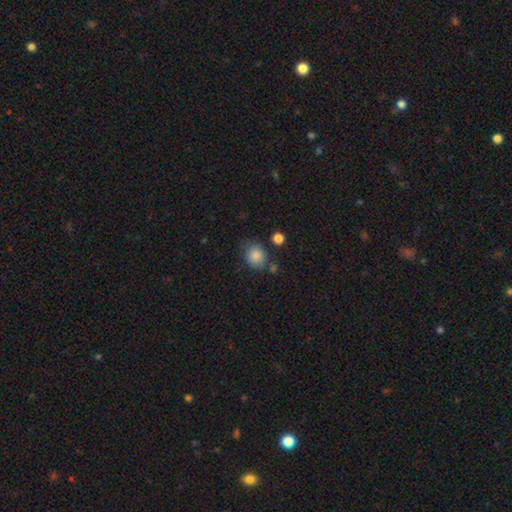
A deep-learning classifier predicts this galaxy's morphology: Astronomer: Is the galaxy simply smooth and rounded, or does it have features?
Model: smooth — 86%.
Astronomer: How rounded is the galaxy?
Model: round — 65%.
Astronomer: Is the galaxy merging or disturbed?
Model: none — 71%.